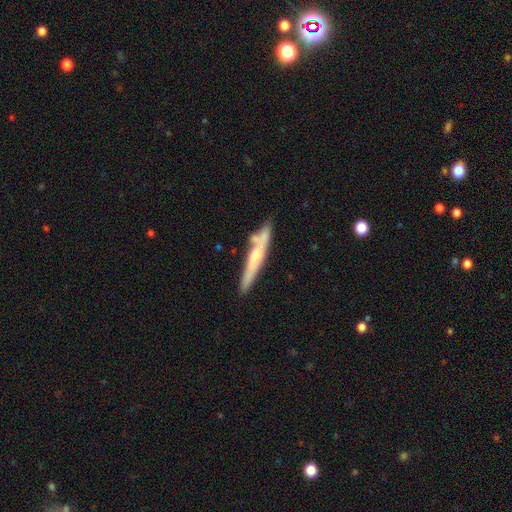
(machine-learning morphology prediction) A featured or disk galaxy (58%) viewed edge-on (91%) with a rounded central bulge (71%). Merging: none (70%).